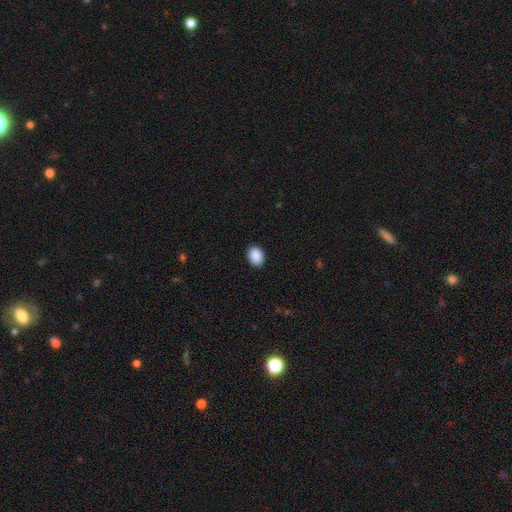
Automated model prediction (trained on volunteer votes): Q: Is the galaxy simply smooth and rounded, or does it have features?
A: smooth — 90%.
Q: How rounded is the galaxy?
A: in between — 70%.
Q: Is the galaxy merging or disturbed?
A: none — 90%.